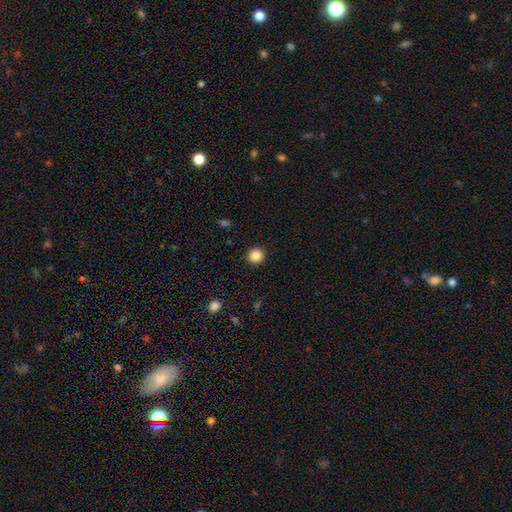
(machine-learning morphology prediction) type=smooth (86%); roundness=round (93%); merging=none (93%).